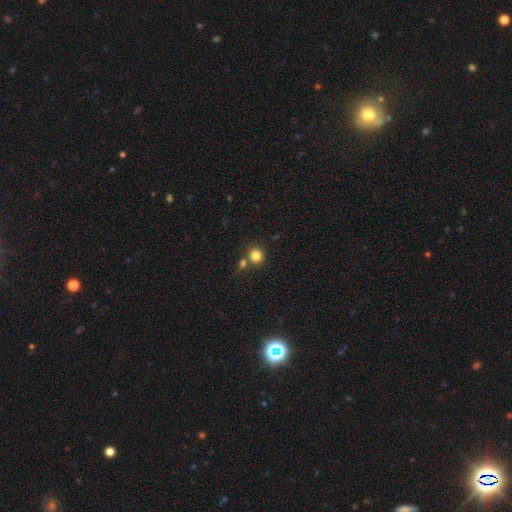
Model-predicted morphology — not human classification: Smooth or featured: smooth — 82% (star or artifact — 12%)
How rounded: round — 91% (in between — 8%)
Merging: none — 68% (merger — 21%)